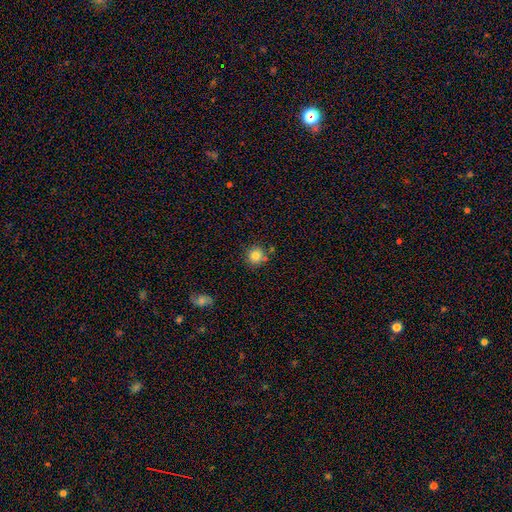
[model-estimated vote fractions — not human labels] This appears to be a smooth galaxy with no disk features (82%) that is round (92%). Merging: none (77%).